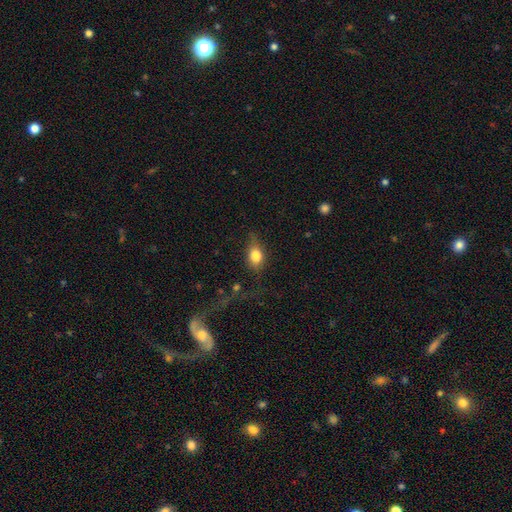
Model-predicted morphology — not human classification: Smooth or featured: smooth — 76% (featured or disk — 14%)
How rounded: in between — 70% (round — 25%)
Merging: none — 52% (minor disturbance — 24%)